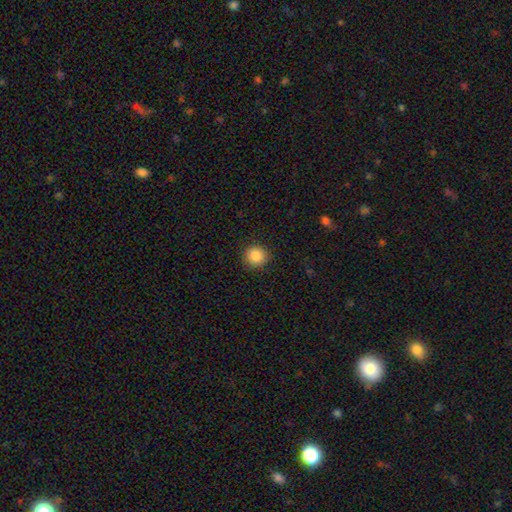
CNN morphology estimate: Smooth or featured? Predicted: smooth (p=0.87). How rounded? Predicted: round (p=0.92). Merging? Predicted: none (p=0.89).